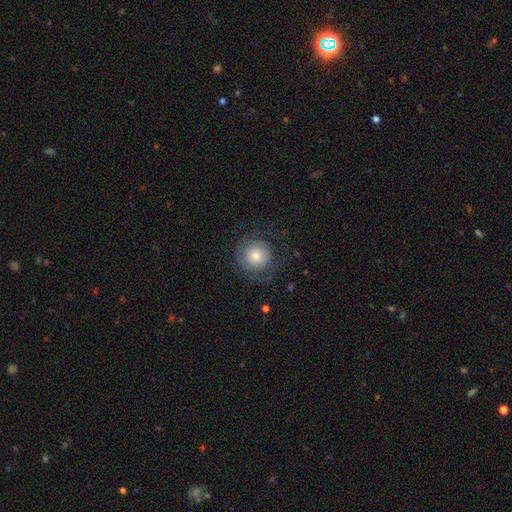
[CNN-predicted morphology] smooth 54%, featured or disk 36%, star or artifact 9%. Down the decision tree: how rounded — round (93%); merging — none (71%).